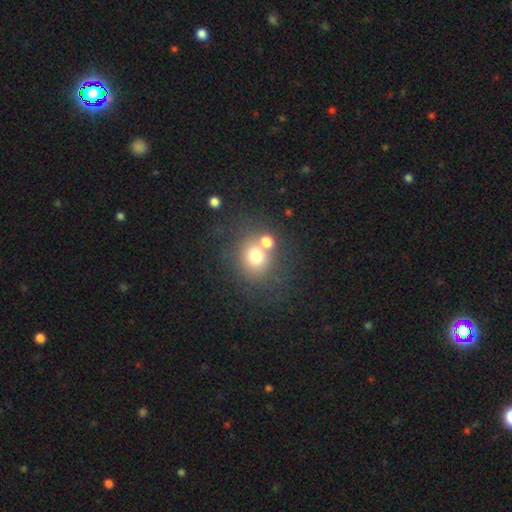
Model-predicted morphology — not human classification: This is likely a smooth galaxy (71%). How rounded: likely round (80%). Merging: possibly none (53%).